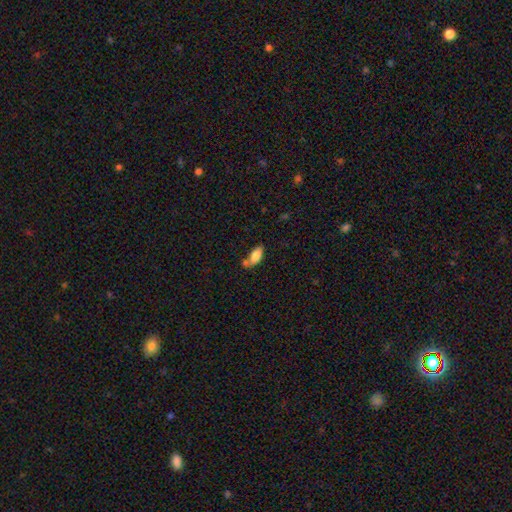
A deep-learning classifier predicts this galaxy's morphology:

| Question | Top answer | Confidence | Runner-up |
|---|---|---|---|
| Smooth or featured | smooth | 80% | featured or disk (12%) |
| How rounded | in between | 87% | cigar-shaped (10%) |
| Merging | none | 43% | merger (28%) |